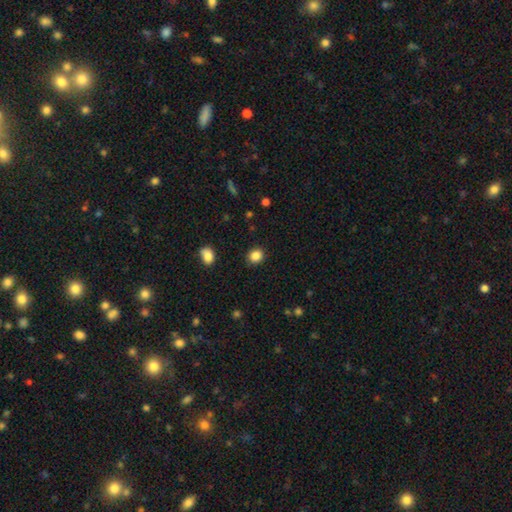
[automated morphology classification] Smooth or featured?
  - smooth: 86% *
  - star or artifact: 10%
  - featured or disk: 4%
How rounded?
  - round: 77% *
  - in between: 23%
  - cigar-shaped: 1%
Merging?
  - none: 90% *
  - minor disturbance: 6%
  - major disturbance: 2%
  - merger: 1%